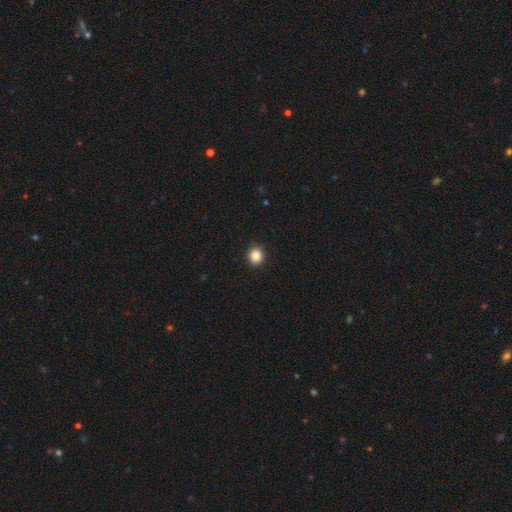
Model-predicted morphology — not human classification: Q: Smooth or featured?
A: smooth (86%); runner-up: star or artifact (10%)
Q: How rounded?
A: round (82%); runner-up: in between (17%)
Q: Merging?
A: none (92%); runner-up: minor disturbance (5%)